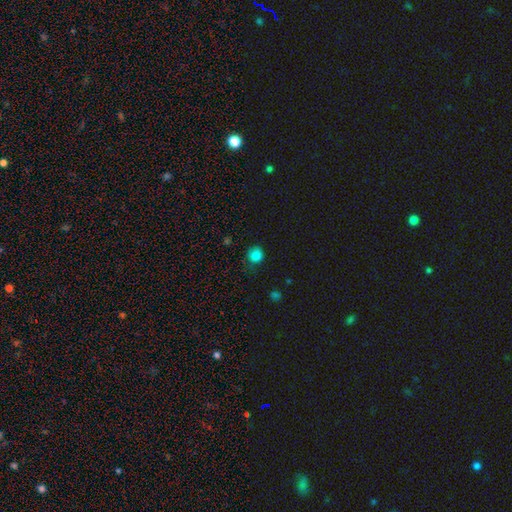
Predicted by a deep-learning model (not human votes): Smooth or featured? Predicted: smooth (p=0.83). How rounded? Predicted: round (p=0.88). Merging? Predicted: none (p=0.76).